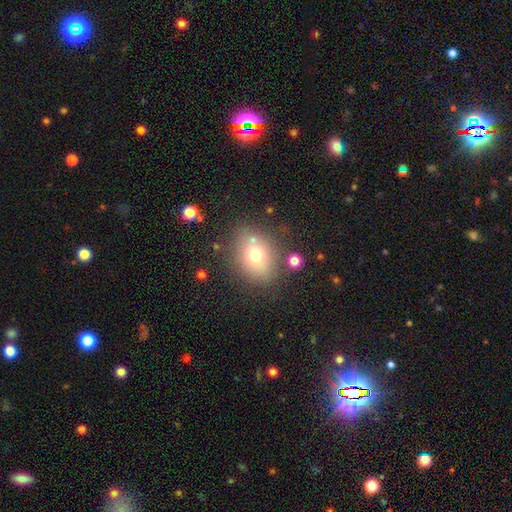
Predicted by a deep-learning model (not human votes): smooth 70%, featured or disk 17%, star or artifact 13%. Down the decision tree: how rounded — in between (53%); merging — none (72%).